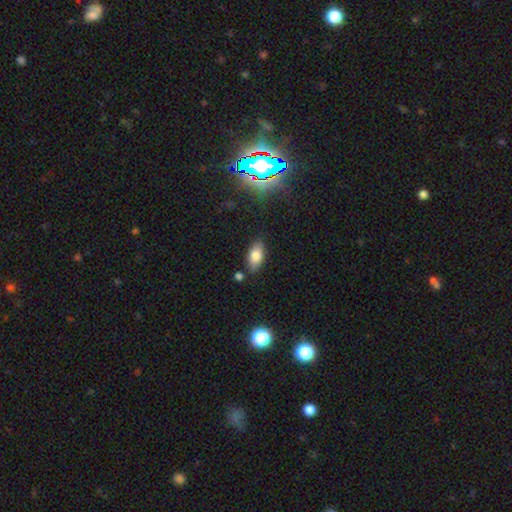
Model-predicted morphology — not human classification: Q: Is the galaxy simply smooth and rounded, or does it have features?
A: smooth — 78%.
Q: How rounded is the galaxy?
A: in between — 90%.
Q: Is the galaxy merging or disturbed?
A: none — 79%.